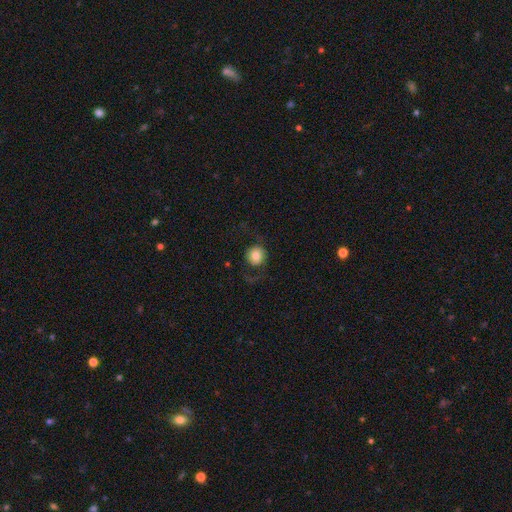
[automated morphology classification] Smooth or featured?
  - smooth: 70% *
  - featured or disk: 21%
  - star or artifact: 9%
How rounded?
  - round: 90% *
  - in between: 9%
  - cigar-shaped: 1%
Merging?
  - none: 68% *
  - major disturbance: 18%
  - minor disturbance: 13%
  - merger: 2%